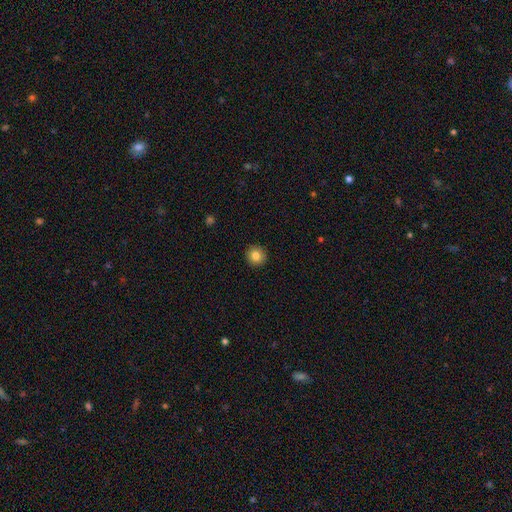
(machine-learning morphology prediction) Smooth or featured?
  - smooth: 84% *
  - star or artifact: 9%
  - featured or disk: 7%
How rounded?
  - round: 93% *
  - in between: 6%
  - cigar-shaped: 1%
Merging?
  - none: 93% *
  - minor disturbance: 5%
  - major disturbance: 1%
  - merger: 1%